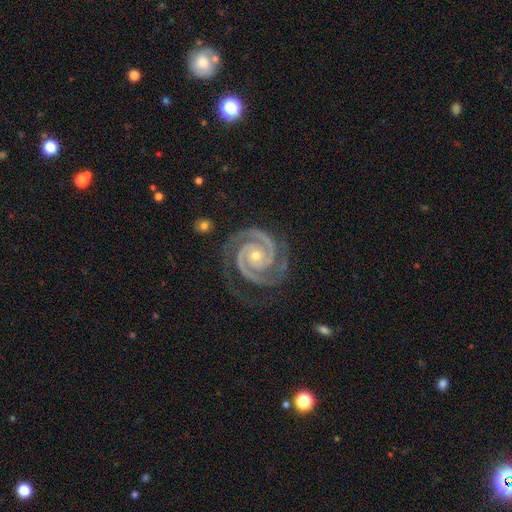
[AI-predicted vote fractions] smooth_or_featured: featured or disk (p=0.94) [alt: star or artifact p=0.04]
disk_edge_on: no (p=0.98) [alt: yes p=0.02]
bar: no (p=0.73) [alt: weak p=0.17]
has_spiral_arms: yes (p=0.99) [alt: no p=0.01]
spiral_winding: tight (p=0.77) [alt: medium p=0.21]
spiral_arm_count: 2 (p=0.90) [alt: 3 p=0.05]
bulge_size: small (p=0.59) [alt: moderate p=0.39]
merging: none (p=0.79) [alt: minor disturbance p=0.14]